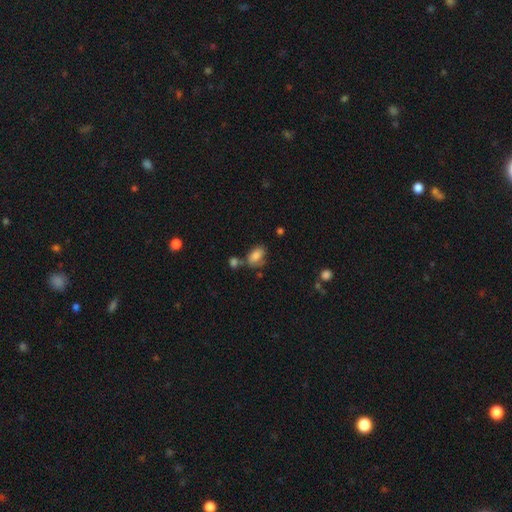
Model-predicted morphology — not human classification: smooth_or_featured: smooth (p=0.81) [alt: featured or disk p=0.10]
how_rounded: in between (p=0.89) [alt: round p=0.09]
merging: none (p=0.54) [alt: minor disturbance p=0.21]